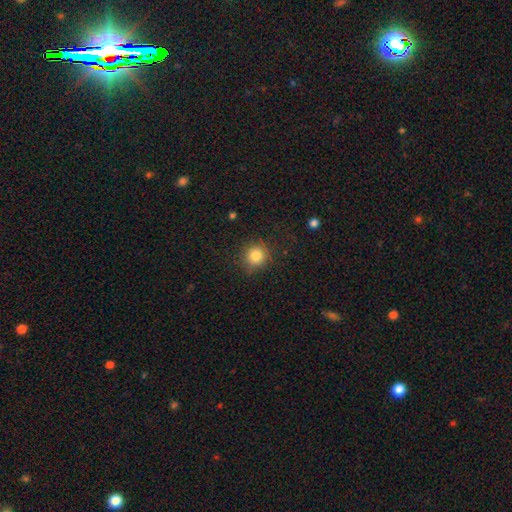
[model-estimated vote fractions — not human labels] This appears to be a smooth galaxy with no disk features (83%) that is round (91%). Merging: none (86%).